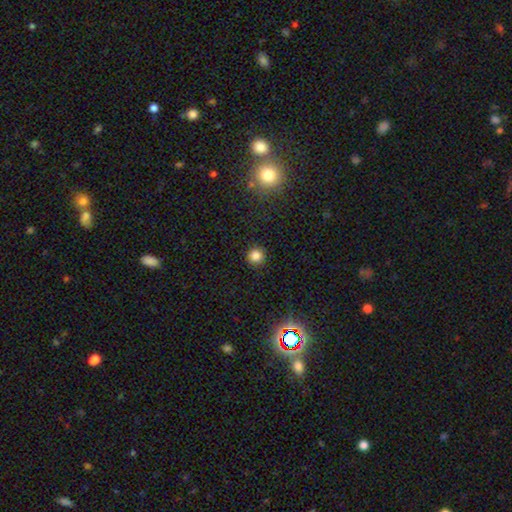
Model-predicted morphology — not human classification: A smooth galaxy with no disk features (82%) that is round (95%). Merging: none (92%).